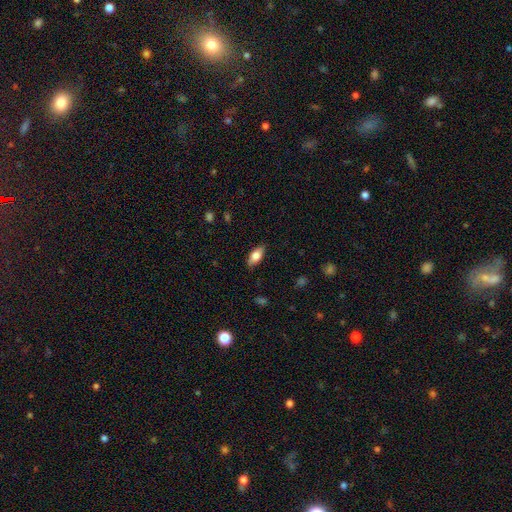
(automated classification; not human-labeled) This appears to be a smooth galaxy with no disk features (73%) that is in between round and cigar-shaped (84%). Merging: none (86%).